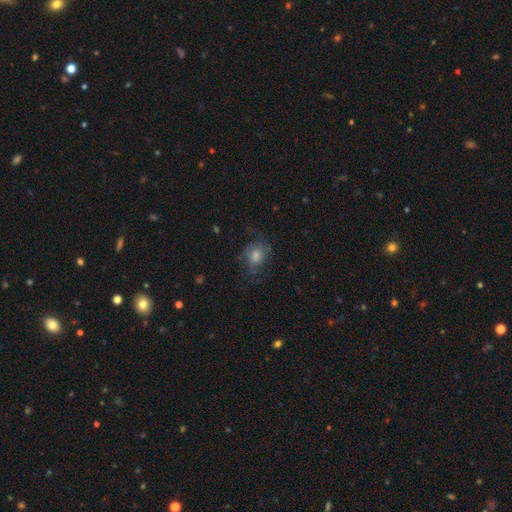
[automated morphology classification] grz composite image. It shows a smooth galaxy with no disk features (46%). Merging: none (60%).